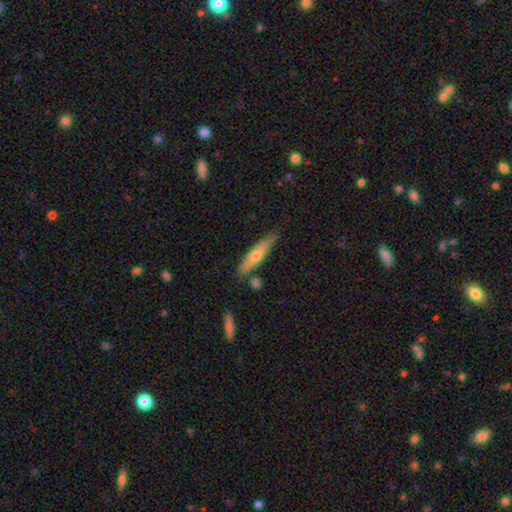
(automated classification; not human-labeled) The model was most divided on "smooth or featured": smooth: 56%, featured or disk: 38%, star or artifact: 6%. More confident: how rounded — cigar-shaped (81%); merging — none (77%).